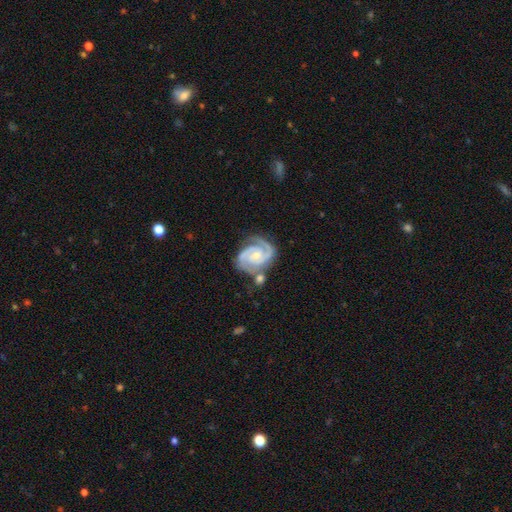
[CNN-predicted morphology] A featured or disk galaxy (91%) with no bar (57%), 2 (74%) tight (58%) spiral arms (98%) and a small central bulge (54%).

Vote fractions:
- Smooth or featured? featured or disk: 91% / star or artifact: 4% / smooth: 4%
- Edge-on disk? no: 98% / yes: 2%
- Bar? no: 57% / weak: 32% / strong: 10%
- Spiral arms? yes: 98% / no: 2%
- Spiral winding? tight: 58% / medium: 37% / loose: 5%
- Spiral arm count? 2: 74% / 3: 16% / can't tell: 4% / 1: 2% / 4: 2% / more than 4: 2%
- Bulge size? small: 54% / moderate: 42% / none: 2% / large: 1% / dominant: 1%
- Merging? none: 59% / minor disturbance: 20% / merger: 14% / major disturbance: 8%